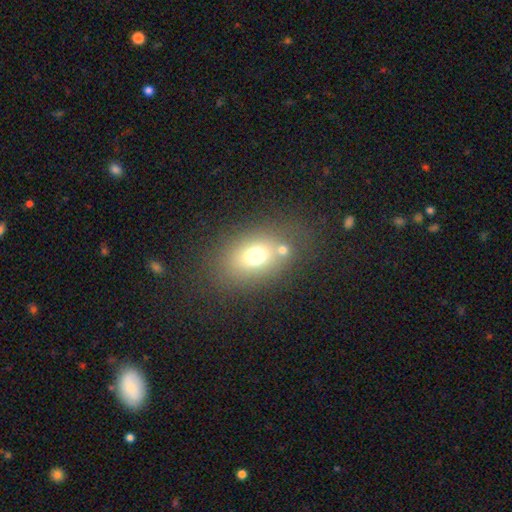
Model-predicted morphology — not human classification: Overall: smooth (67%). How rounded: in between (64%; round 35%). Merging: none (60%; merger 20%).